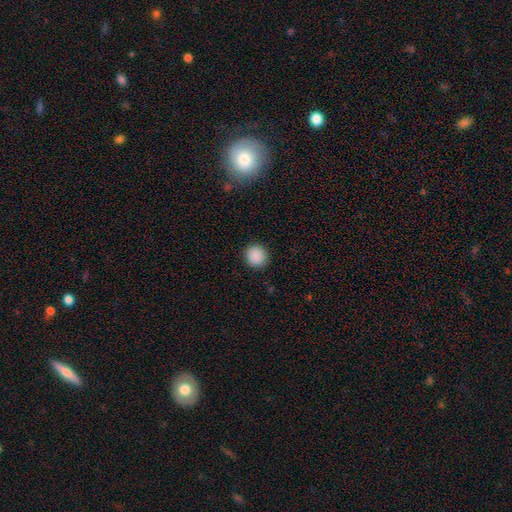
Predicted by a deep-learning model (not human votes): Smooth or featured? Predicted: smooth (p=0.89). How rounded? Predicted: round (p=0.91). Merging? Predicted: none (p=0.91).